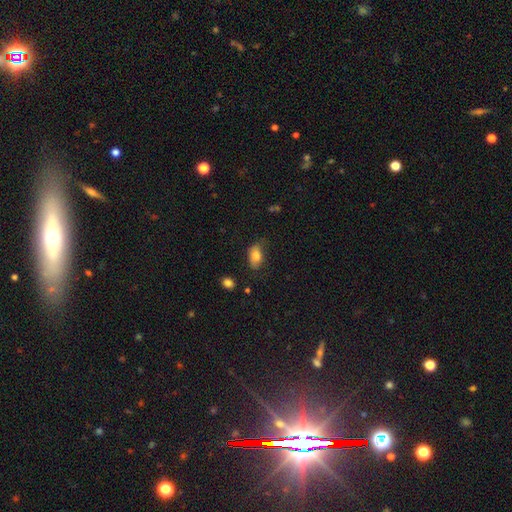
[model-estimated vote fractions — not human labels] This appears to be a smooth galaxy with no disk features (79%) that is in between round and cigar-shaped (89%). Merging: none (61%).